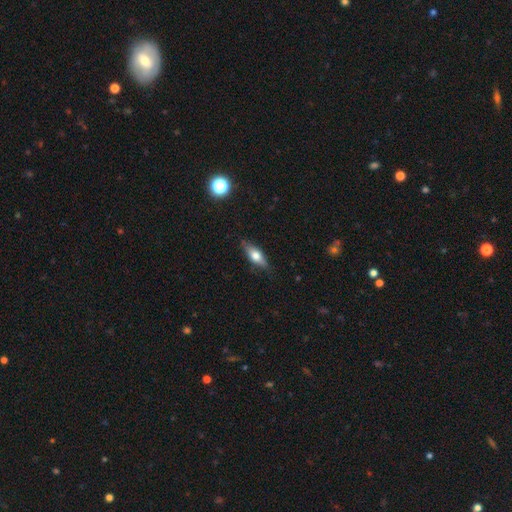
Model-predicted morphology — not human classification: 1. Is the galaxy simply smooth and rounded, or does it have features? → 60% smooth, 33% featured or disk, 7% star or artifact.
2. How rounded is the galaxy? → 66% in between, 30% cigar-shaped, 4% round.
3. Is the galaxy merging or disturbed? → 80% none, 16% minor disturbance, 3% major disturbance, 1% merger.